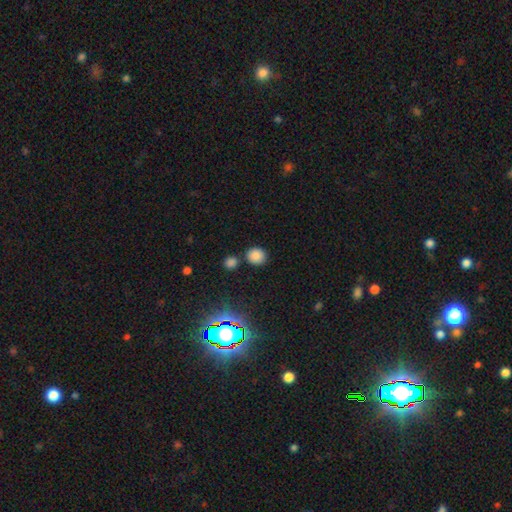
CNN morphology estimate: Smooth or featured? smooth (80%)
How rounded? round (78%)
Merging? none (76%)